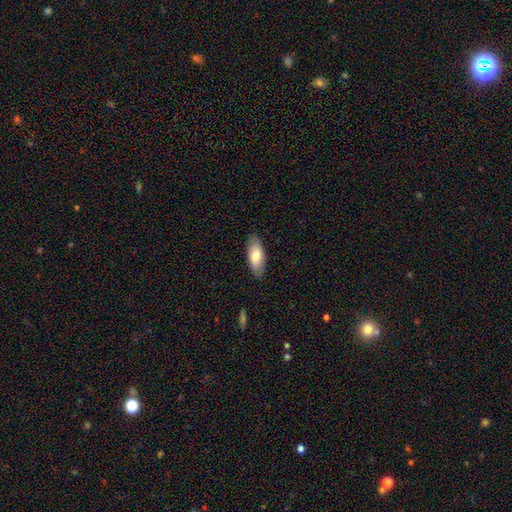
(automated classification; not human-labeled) The model was most divided on "smooth or featured": smooth: 75%, featured or disk: 19%, star or artifact: 6%. More confident: merging — none (87%); how rounded — in between (84%).